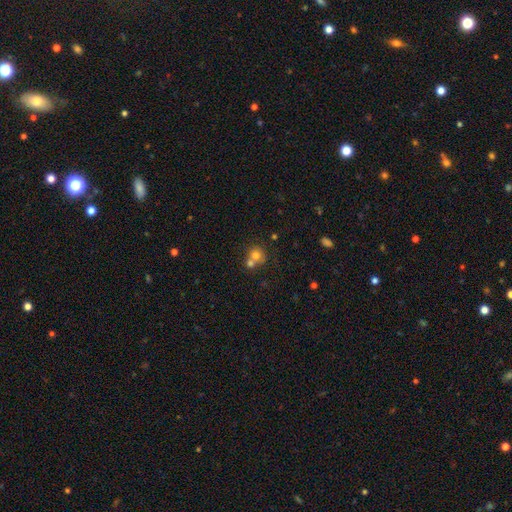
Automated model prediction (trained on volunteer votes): smooth_or_featured: smooth (p=0.71) [alt: featured or disk p=0.16]
how_rounded: round (p=0.83) [alt: in between p=0.16]
merging: merger (p=0.50) [alt: none p=0.40]